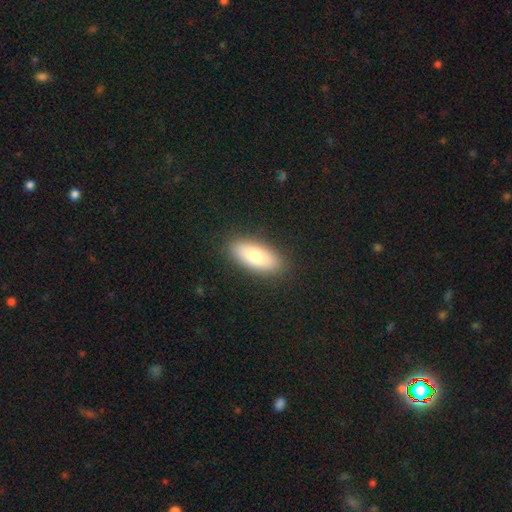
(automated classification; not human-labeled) smooth 76%, featured or disk 17%, star or artifact 6%. Down the decision tree: how rounded — in between (82%); merging — none (89%).